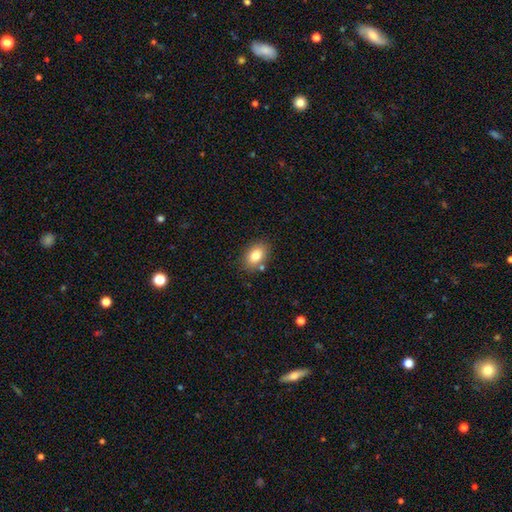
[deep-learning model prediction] smooth 80%, featured or disk 11%, star or artifact 9%. Down the decision tree: how rounded — in between (82%); merging — none (79%).